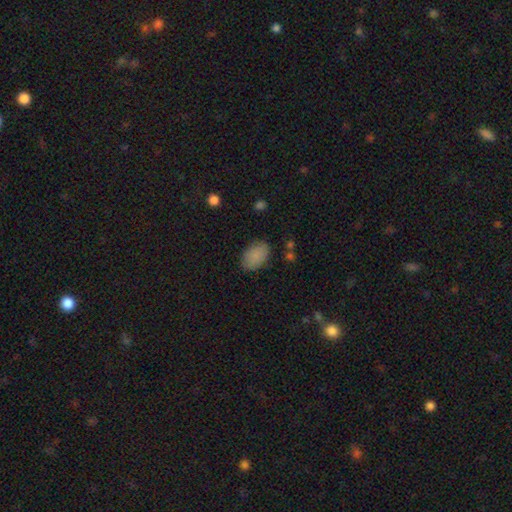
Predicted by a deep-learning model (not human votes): Smooth or featured? Predicted: smooth (p=0.87). How rounded? Predicted: in between (p=0.89). Merging? Predicted: none (p=0.82).